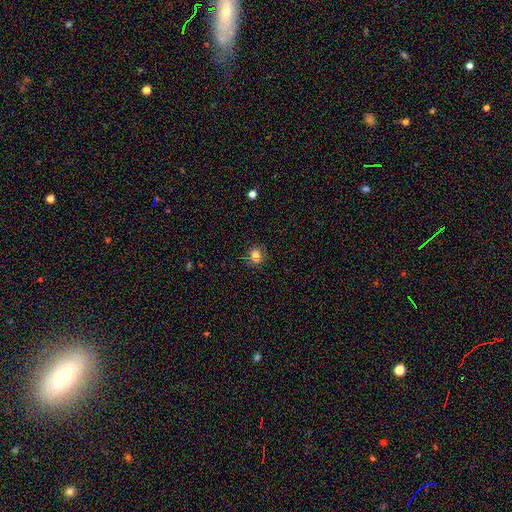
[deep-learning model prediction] Q: Smooth or featured?
A: smooth (78%); runner-up: star or artifact (13%)
Q: How rounded?
A: round (72%); runner-up: in between (27%)
Q: Merging?
A: none (84%); runner-up: minor disturbance (11%)